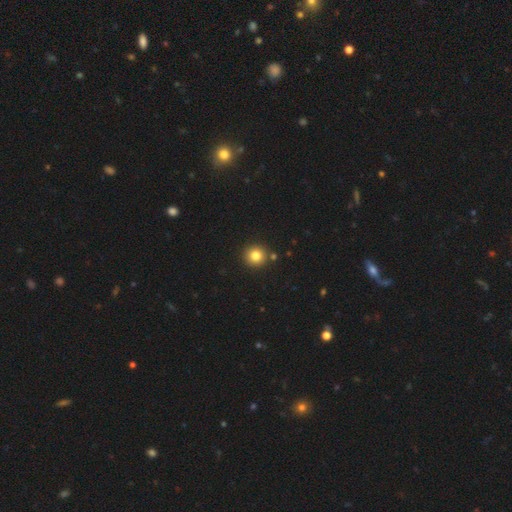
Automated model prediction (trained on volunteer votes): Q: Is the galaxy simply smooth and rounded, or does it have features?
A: smooth — 82%.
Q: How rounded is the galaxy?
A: round — 93%.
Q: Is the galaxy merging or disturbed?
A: none — 88%.